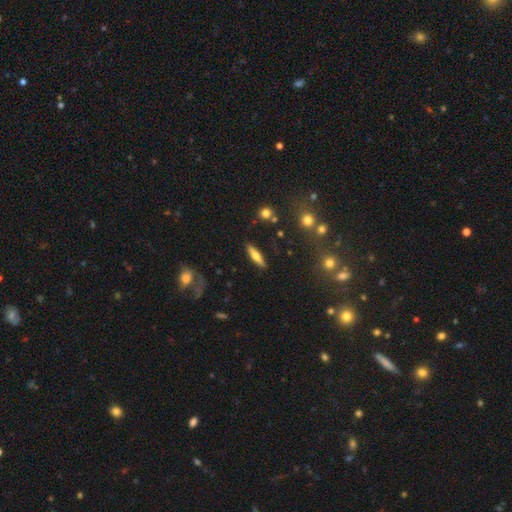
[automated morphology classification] The model was most divided on "smooth or featured": smooth: 52%, featured or disk: 41%, star or artifact: 7%. More confident: merging — none (88%); how rounded — cigar-shaped (77%).